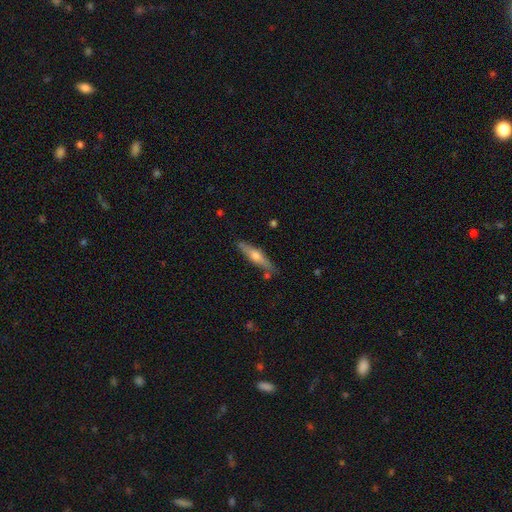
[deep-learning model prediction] Smooth or featured: featured or disk — 52% (smooth — 42%)
Edge-on disk: yes — 91% (no — 9%)
Merging: none — 82% (minor disturbance — 12%)